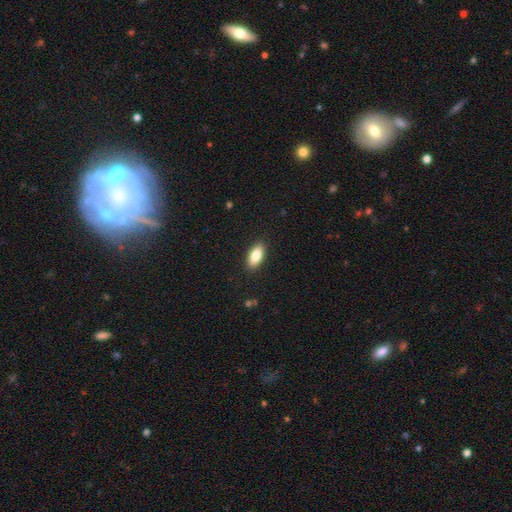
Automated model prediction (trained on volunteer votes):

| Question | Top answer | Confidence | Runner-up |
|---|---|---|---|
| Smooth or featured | smooth | 83% | featured or disk (10%) |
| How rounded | in between | 89% | cigar-shaped (9%) |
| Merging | none | 89% | minor disturbance (8%) |